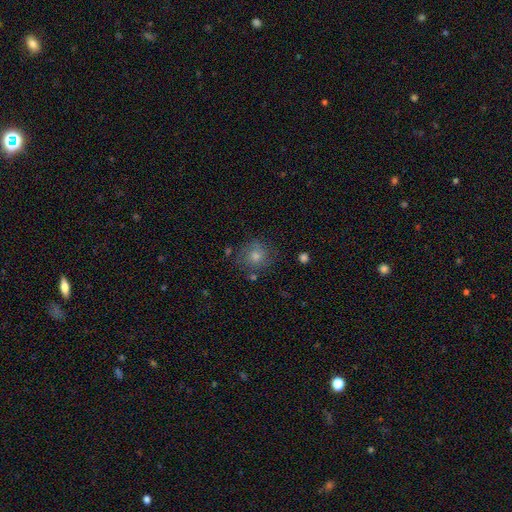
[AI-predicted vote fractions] Smooth or featured? Predicted: smooth (p=0.51). How rounded? Predicted: round (p=0.85). Merging? Predicted: none (p=0.77).